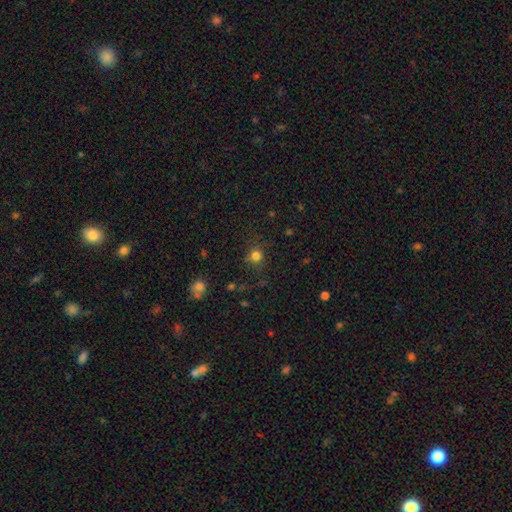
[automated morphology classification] A smooth galaxy with no disk features (78%) that is round (88%).

Vote fractions:
- Smooth or featured? smooth: 78% / star or artifact: 16% / featured or disk: 6%
- How rounded? round: 88% / in between: 11% / cigar-shaped: 1%
- Merging? none: 77% / minor disturbance: 13% / major disturbance: 7% / merger: 3%